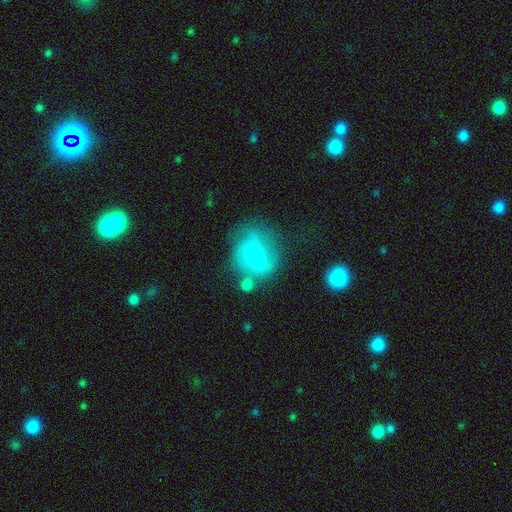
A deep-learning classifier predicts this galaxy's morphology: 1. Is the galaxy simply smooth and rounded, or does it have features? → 52% featured or disk, 38% smooth, 10% star or artifact.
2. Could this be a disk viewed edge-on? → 97% no, 3% yes.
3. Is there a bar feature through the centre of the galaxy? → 52% no, 37% weak, 10% strong.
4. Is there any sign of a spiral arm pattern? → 76% yes, 24% no.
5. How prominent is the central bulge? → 69% small, 25% moderate, 3% none, 2% large, 1% dominant.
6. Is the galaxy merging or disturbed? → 52% none, 23% minor disturbance, 15% major disturbance, 10% merger.